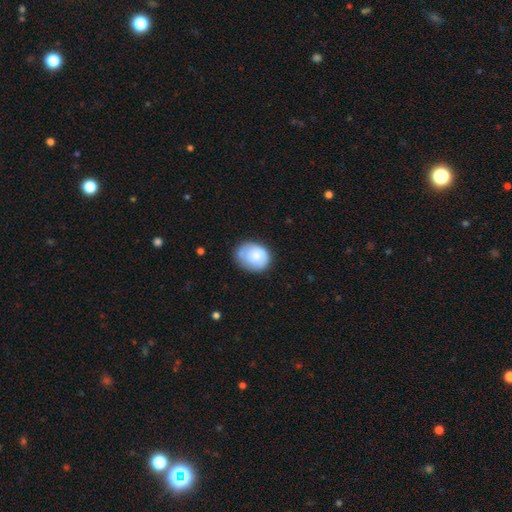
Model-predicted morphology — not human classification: The model was most divided on "how rounded": in between: 53%, round: 46%, cigar-shaped: 1%. More confident: smooth or featured — smooth (77%); merging — none (59%).